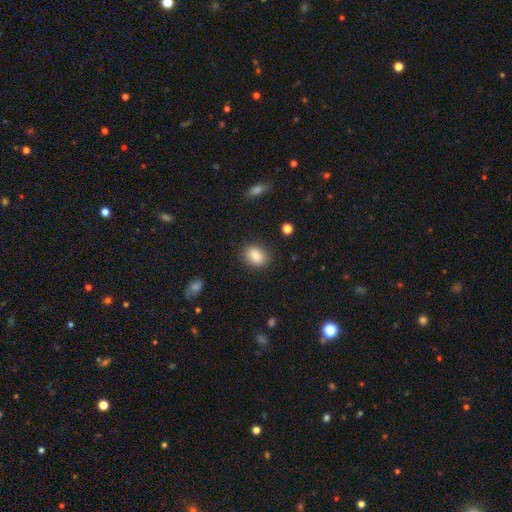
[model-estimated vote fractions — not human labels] This is clearly a smooth galaxy (87%). How rounded: likely in between (74%). Merging: clearly none (84%).